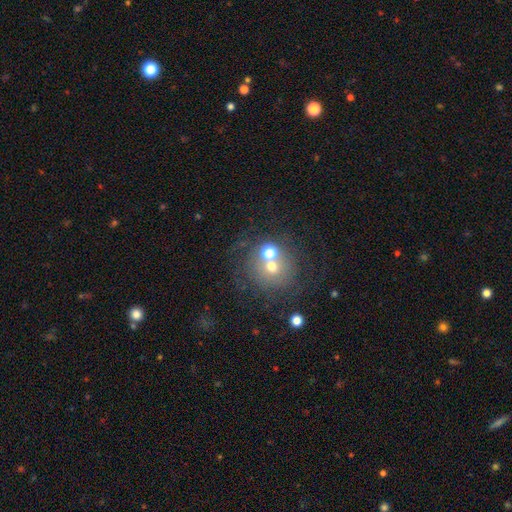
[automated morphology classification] Smooth or featured?
  - smooth: 47% *
  - star or artifact: 30%
  - featured or disk: 23%
Merging?
  - none: 54% *
  - merger: 30%
  - minor disturbance: 9%
  - major disturbance: 6%